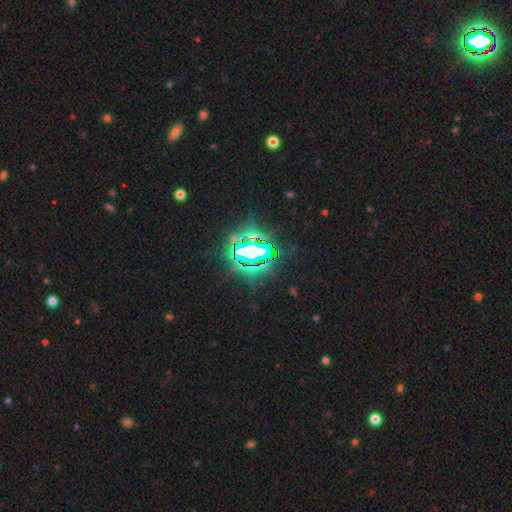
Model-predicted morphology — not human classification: Smooth or featured?
  - star or artifact: 74% *
  - smooth: 14%
  - featured or disk: 12%